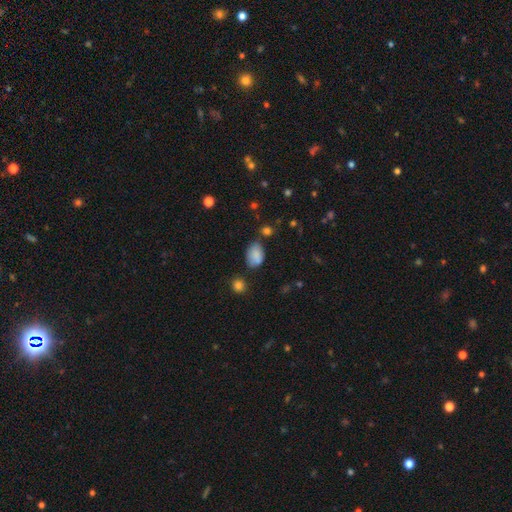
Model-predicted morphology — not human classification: Overall: smooth (84%). How rounded: in between (85%). Merging: none (61%; minor disturbance 26%).